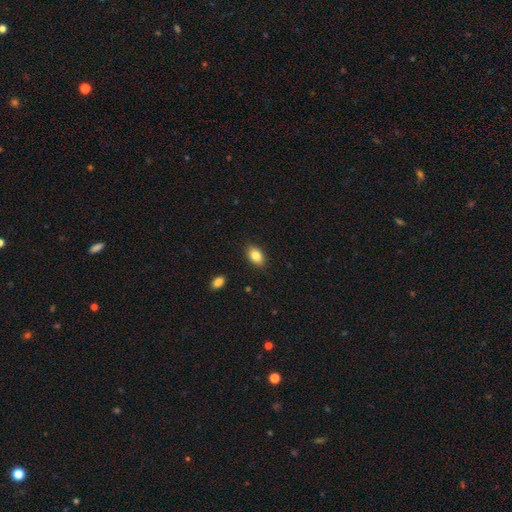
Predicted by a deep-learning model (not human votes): A smooth galaxy with no disk features (84%) that is in between round and cigar-shaped (89%).

Vote fractions:
- Smooth or featured? smooth: 84% / featured or disk: 8% / star or artifact: 8%
- How rounded? in between: 89% / round: 10% / cigar-shaped: 2%
- Merging? none: 88% / minor disturbance: 9% / major disturbance: 2% / merger: 1%